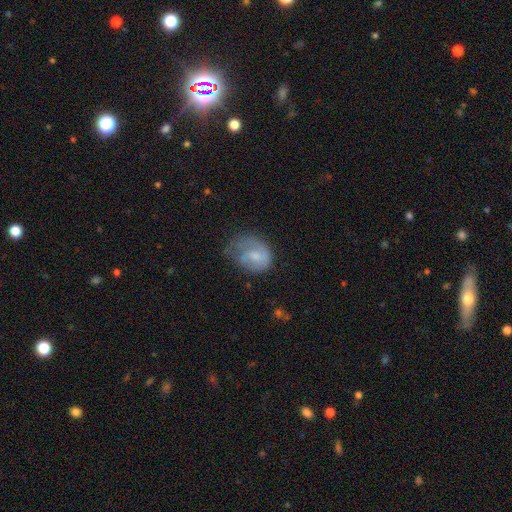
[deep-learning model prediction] Overall: smooth (49%; featured or disk 44%). Merging: none (33%; major disturbance 32%).